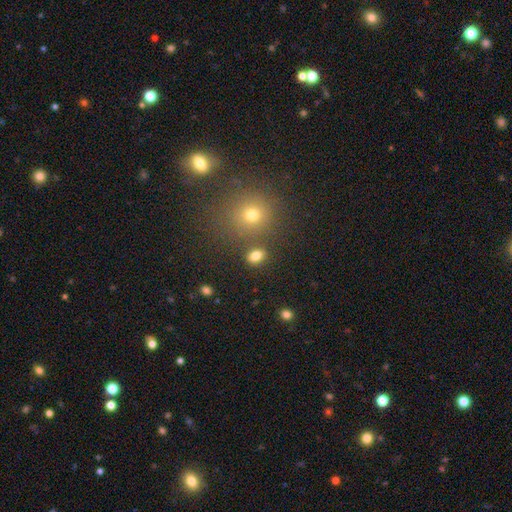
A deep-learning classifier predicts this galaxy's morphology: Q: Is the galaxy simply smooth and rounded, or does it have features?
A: smooth — 79%.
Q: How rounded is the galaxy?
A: in between — 68%.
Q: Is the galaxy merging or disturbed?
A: none — 79%.